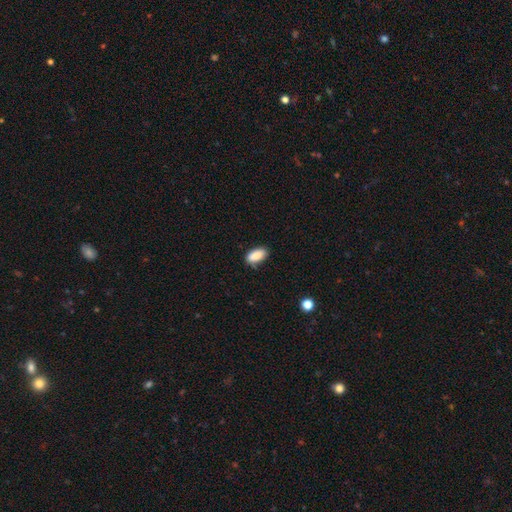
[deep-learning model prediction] A smooth galaxy with no disk features (88%) that is in between round and cigar-shaped (91%). Merging: none (75%).